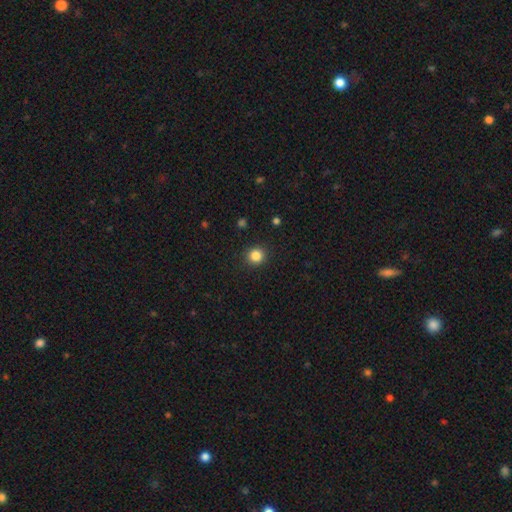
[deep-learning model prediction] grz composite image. It shows a smooth galaxy with no disk features (85%) that is round (91%). Merging: none (91%).